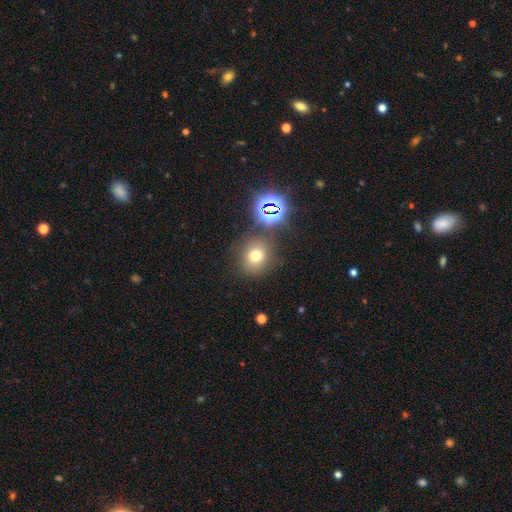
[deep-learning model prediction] This is likely a smooth galaxy (67%). How rounded: clearly round (81%). Merging: likely none (77%).